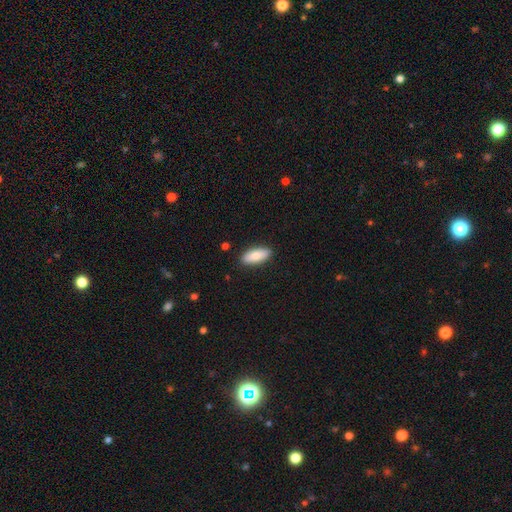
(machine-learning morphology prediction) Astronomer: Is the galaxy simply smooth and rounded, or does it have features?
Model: smooth — 79%.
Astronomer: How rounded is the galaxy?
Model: in between — 78%.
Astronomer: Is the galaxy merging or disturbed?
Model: none — 89%.